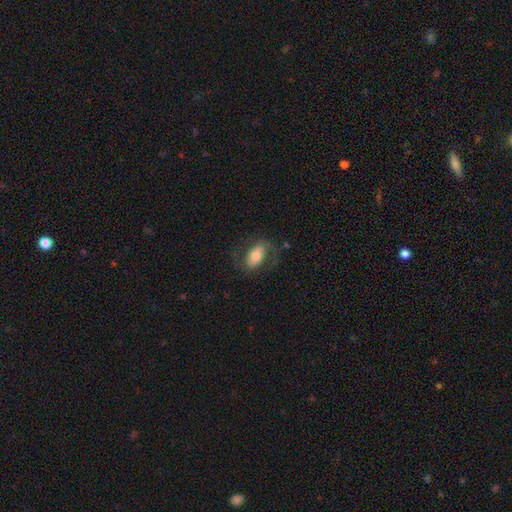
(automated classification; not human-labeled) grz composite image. It shows a featured or disk galaxy (47%). Merging: none (66%).